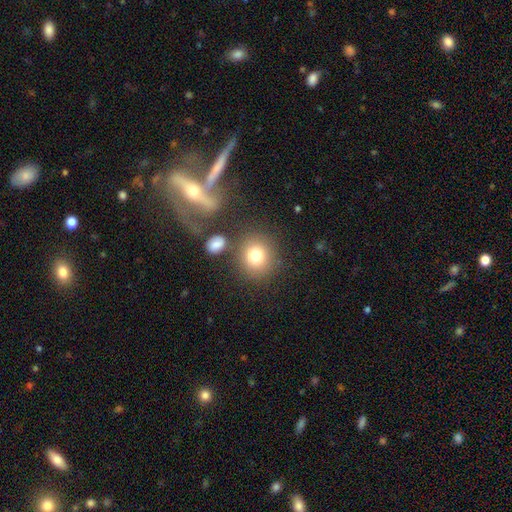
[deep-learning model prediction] Q: Smooth or featured?
A: smooth (78%); runner-up: star or artifact (11%)
Q: How rounded?
A: round (81%); runner-up: in between (18%)
Q: Merging?
A: none (76%); runner-up: minor disturbance (10%)